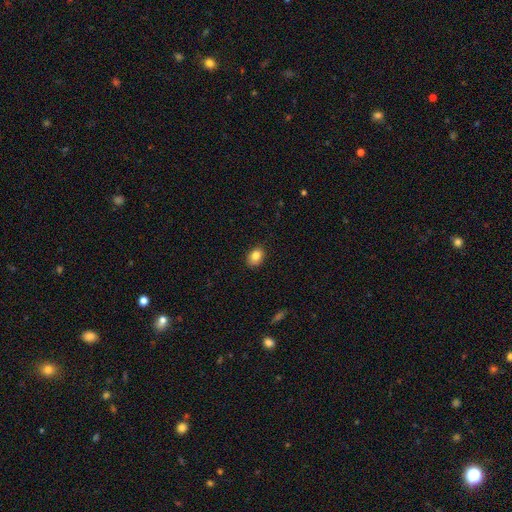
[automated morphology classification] Overall: smooth (83%). How rounded: in between (74%). Merging: none (83%).